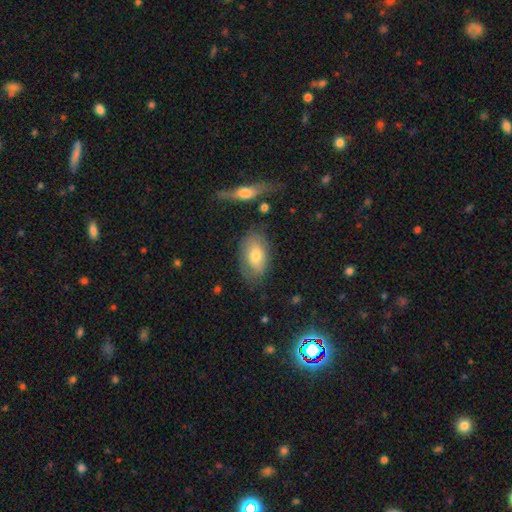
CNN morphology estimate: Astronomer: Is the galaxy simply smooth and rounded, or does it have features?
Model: smooth — 66%.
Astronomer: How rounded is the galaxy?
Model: in between — 91%.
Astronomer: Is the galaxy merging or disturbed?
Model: none — 68%.